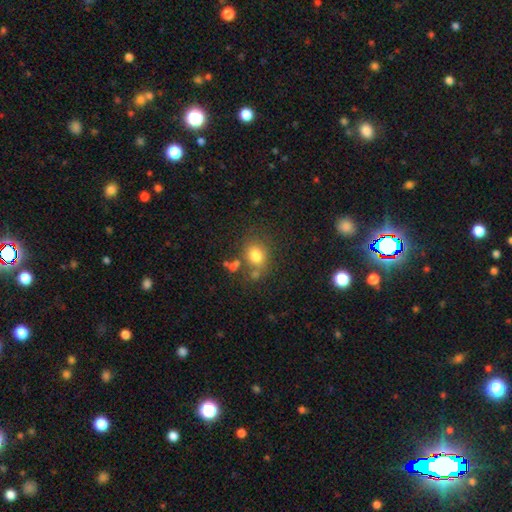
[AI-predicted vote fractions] Morphology: type=smooth (78%); roundness=round (60%); merging=none (65%).